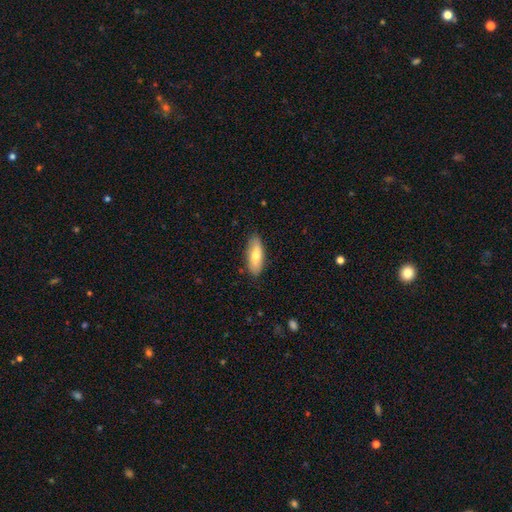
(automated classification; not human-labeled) A smooth galaxy with no disk features (69%) that is in between round and cigar-shaped (71%).

Vote fractions:
- Smooth or featured? smooth: 69% / featured or disk: 25% / star or artifact: 6%
- How rounded? in between: 71% / cigar-shaped: 27% / round: 2%
- Merging? none: 83% / minor disturbance: 13% / major disturbance: 2% / merger: 1%